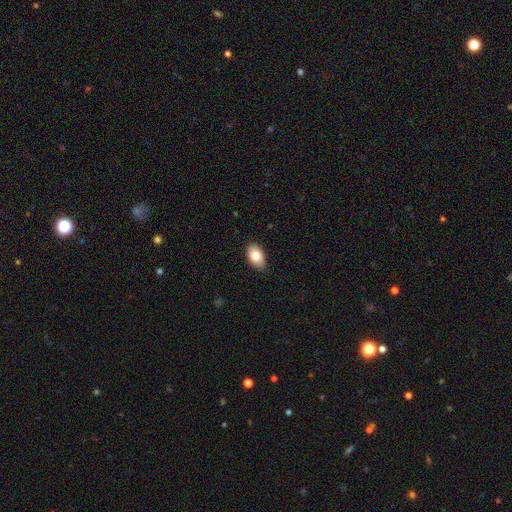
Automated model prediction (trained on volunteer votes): Smooth or featured: smooth — 84% (featured or disk — 9%)
How rounded: in between — 91% (round — 7%)
Merging: none — 87% (minor disturbance — 10%)